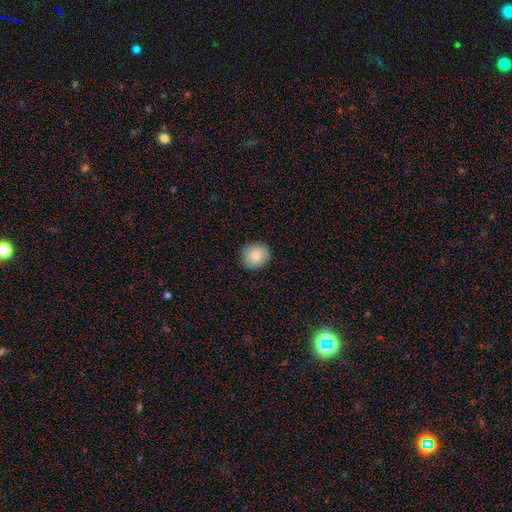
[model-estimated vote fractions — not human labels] Smooth or featured? Predicted: smooth (p=0.84). How rounded? Predicted: round (p=0.77). Merging? Predicted: none (p=0.87).